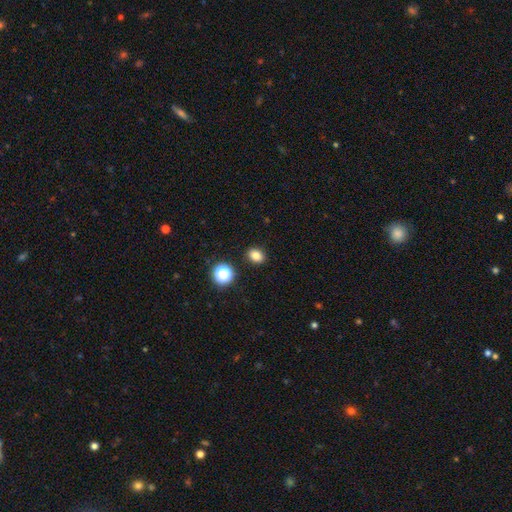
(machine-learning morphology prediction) smooth 81%, star or artifact 13%, featured or disk 5%. Down the decision tree: how rounded — in between (60%); merging — none (89%).